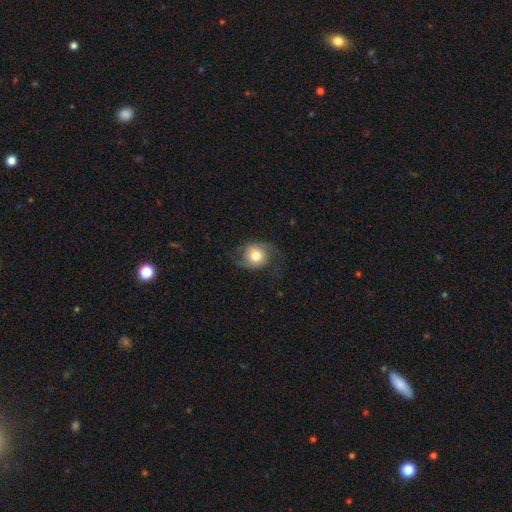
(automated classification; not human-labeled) This is possibly a smooth galaxy (47%). Merging: likely none (62%).